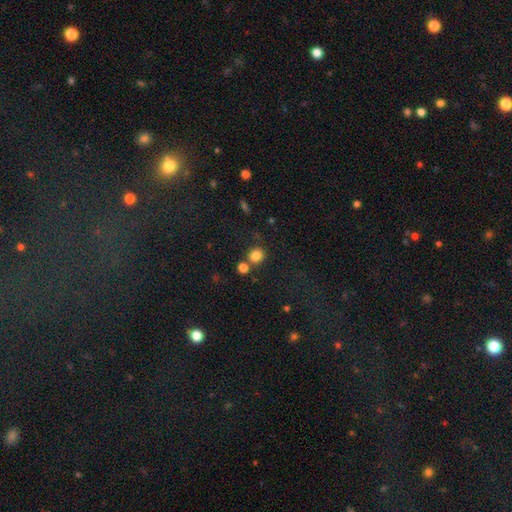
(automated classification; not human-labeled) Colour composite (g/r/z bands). It shows a smooth galaxy with no disk features (82%) that is round (86%). Merging: none (71%).